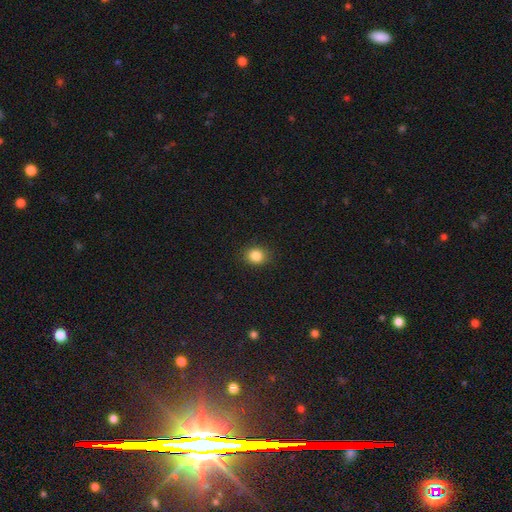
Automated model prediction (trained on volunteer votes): Smooth or featured?
  - smooth: 85% *
  - star or artifact: 10%
  - featured or disk: 4%
How rounded?
  - round: 68% *
  - in between: 31%
  - cigar-shaped: 1%
Merging?
  - none: 88% *
  - minor disturbance: 9%
  - major disturbance: 2%
  - merger: 1%